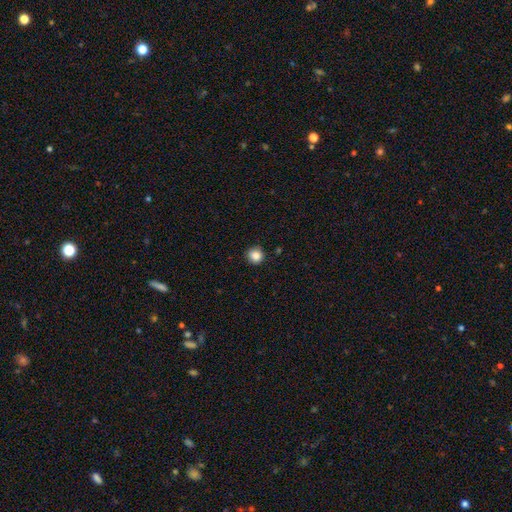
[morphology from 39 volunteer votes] A smooth galaxy with no disk features (85%) that is round (100%).

Vote fractions:
- Smooth or featured? smooth: 85% / featured or disk: 8% / star or artifact: 8%
- How rounded? round: 100% / in between: 0% / cigar-shaped: 0%
- Merging? none: 97% / minor disturbance: 3% / major disturbance: 0% / merger: 0%